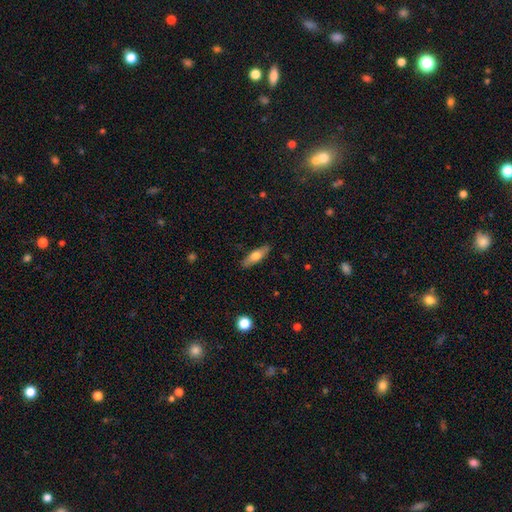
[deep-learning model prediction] A smooth galaxy with no disk features (62%) that is cigar-shaped (50%). Merging: none (87%).